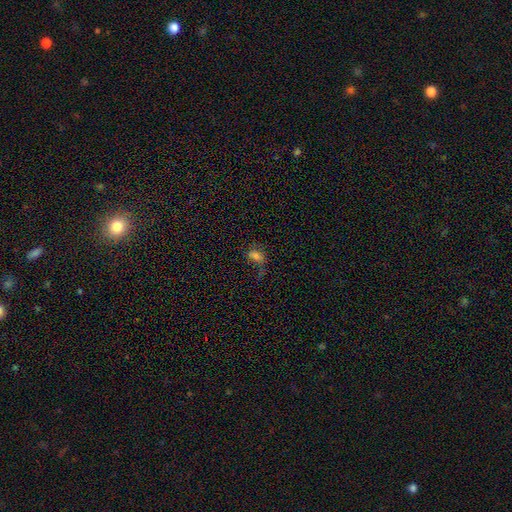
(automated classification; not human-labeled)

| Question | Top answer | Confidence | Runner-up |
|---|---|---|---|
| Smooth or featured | smooth | 61% | star or artifact (27%) |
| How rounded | in between | 82% | round (13%) |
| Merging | none | 45% | minor disturbance (23%) |